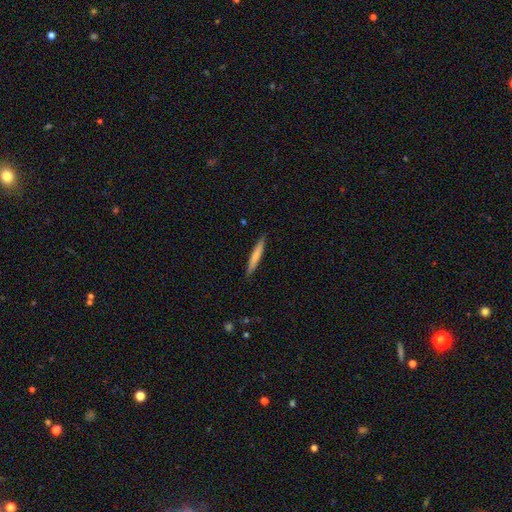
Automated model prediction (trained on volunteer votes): Morphology: type=smooth (74%); roundness=cigar-shaped (94%); merging=none (90%).